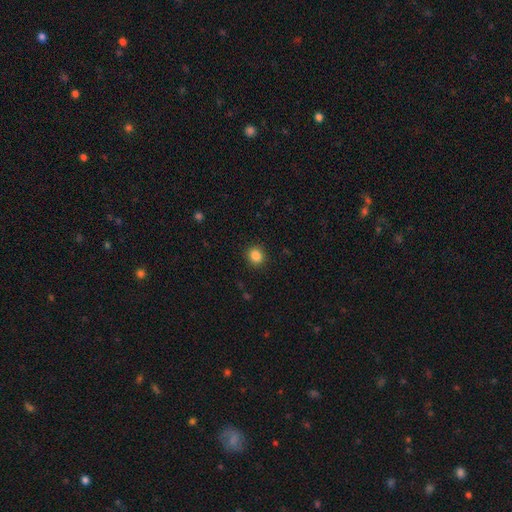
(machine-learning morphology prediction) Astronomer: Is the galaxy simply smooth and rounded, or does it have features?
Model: smooth — 86%.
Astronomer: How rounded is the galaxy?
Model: round — 79%.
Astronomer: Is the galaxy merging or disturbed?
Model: none — 91%.